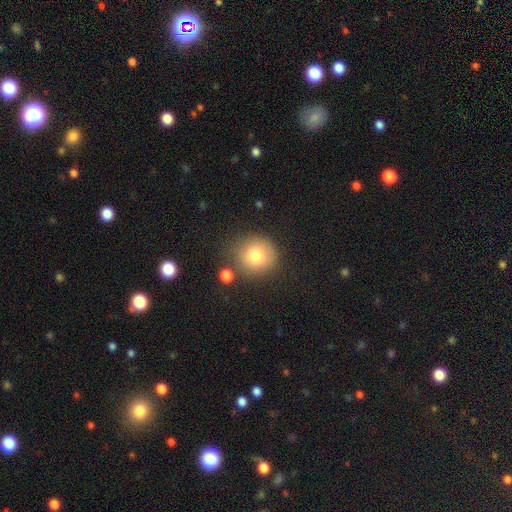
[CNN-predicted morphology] Smooth or featured?
  - smooth: 79% *
  - featured or disk: 11%
  - star or artifact: 10%
How rounded?
  - round: 89% *
  - in between: 10%
  - cigar-shaped: 1%
Merging?
  - none: 74% *
  - minor disturbance: 14%
  - merger: 7%
  - major disturbance: 4%